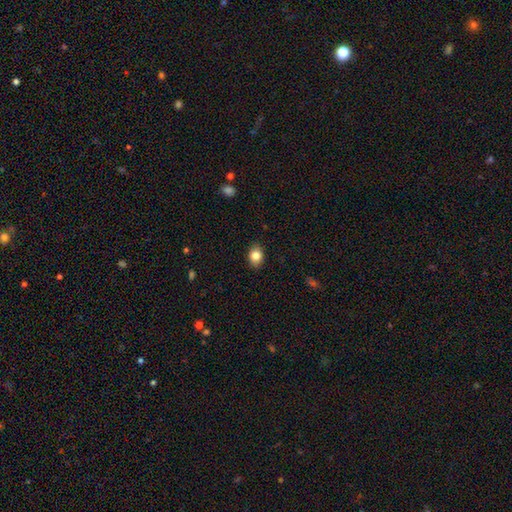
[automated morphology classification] A smooth galaxy with no disk features (84%) that is in between round and cigar-shaped (66%). Merging: none (87%).